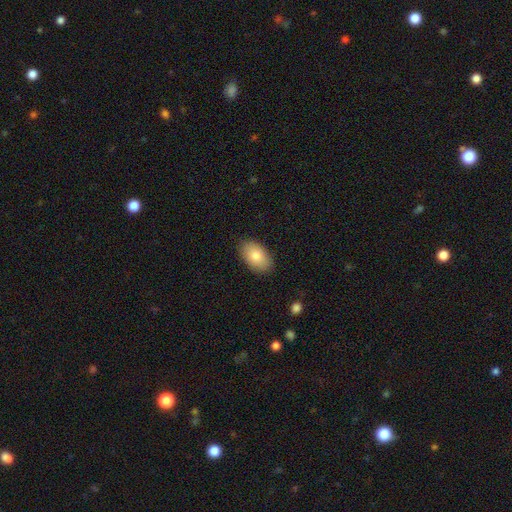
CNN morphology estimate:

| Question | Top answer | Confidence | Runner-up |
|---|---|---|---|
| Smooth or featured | smooth | 81% | featured or disk (12%) |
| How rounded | in between | 93% | round (6%) |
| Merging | none | 86% | minor disturbance (11%) |